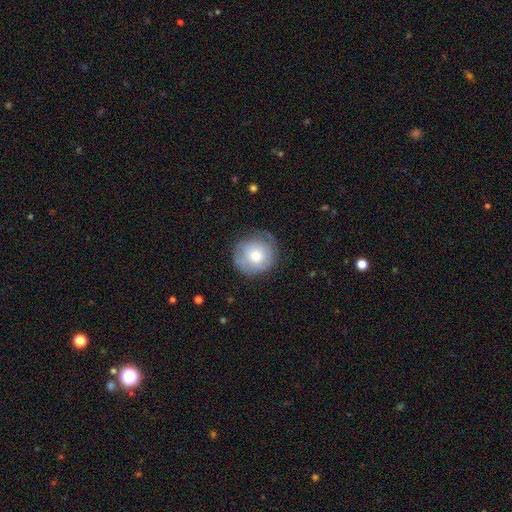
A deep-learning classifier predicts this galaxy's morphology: type=smooth (60%); roundness=round (89%); merging=none (65%).